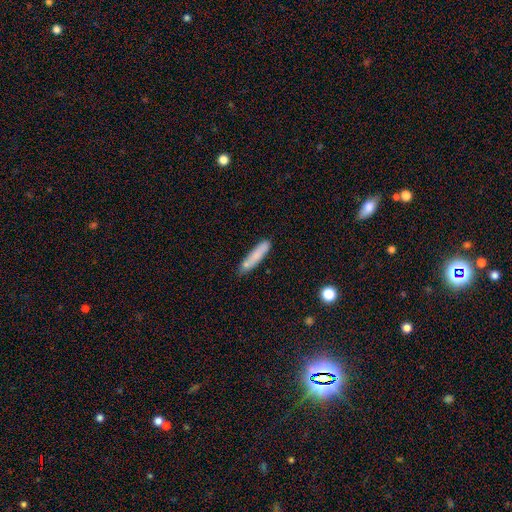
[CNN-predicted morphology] type=smooth (77%); roundness=cigar-shaped (87%); merging=none (74%).